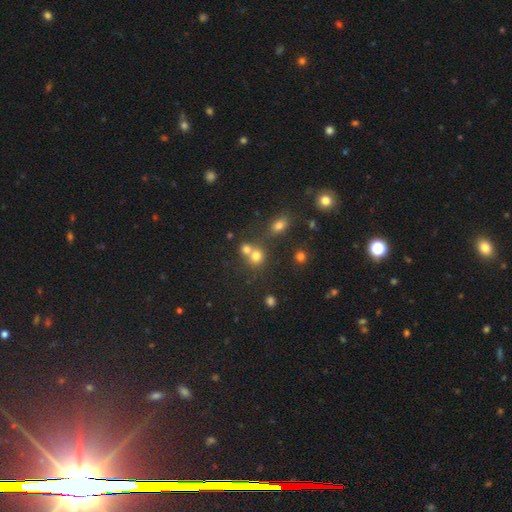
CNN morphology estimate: Smooth or featured: smooth — 72% (star or artifact — 17%)
How rounded: round — 81% (in between — 18%)
Merging: none — 46% (merger — 43%)